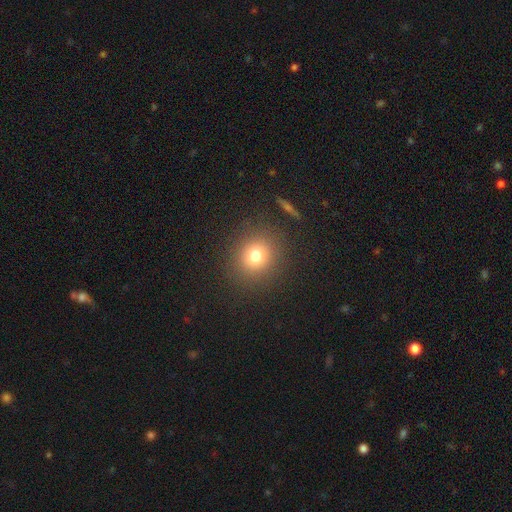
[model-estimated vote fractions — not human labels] smooth 75%, star or artifact 16%, featured or disk 10%. Down the decision tree: how rounded — round (85%); merging — none (88%).